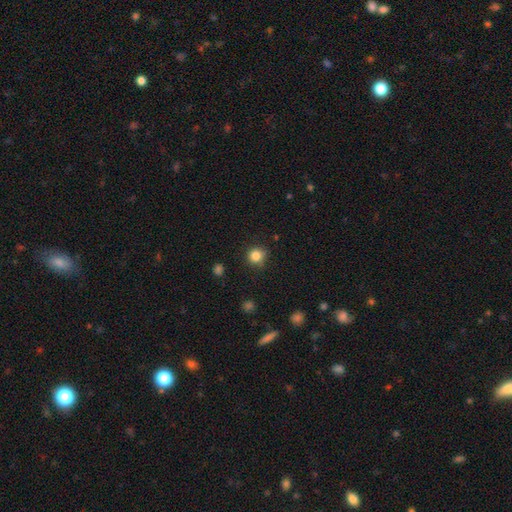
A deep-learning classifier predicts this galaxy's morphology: Smooth or featured: smooth — 84% (star or artifact — 12%)
How rounded: round — 90% (in between — 9%)
Merging: none — 82% (minor disturbance — 13%)